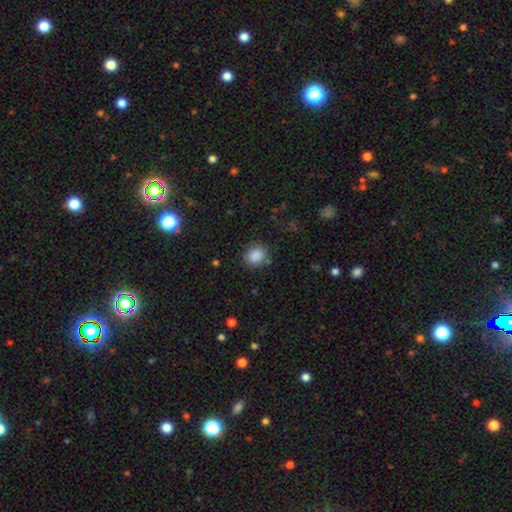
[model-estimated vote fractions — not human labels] A smooth galaxy with no disk features (87%) that is round (74%).

Vote fractions:
- Smooth or featured? smooth: 87% / star or artifact: 9% / featured or disk: 4%
- How rounded? round: 74% / in between: 25% / cigar-shaped: 1%
- Merging? none: 81% / minor disturbance: 11% / major disturbance: 4% / merger: 3%